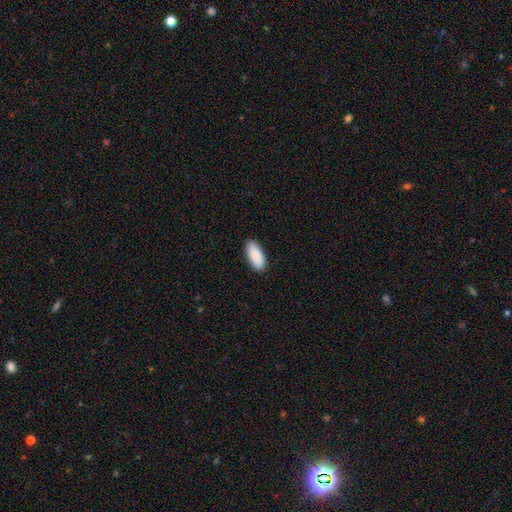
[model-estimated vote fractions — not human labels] The model was most divided on "how rounded": in between: 89%, cigar-shaped: 9%, round: 2%. More confident: smooth or featured — smooth (91%); merging — none (90%).